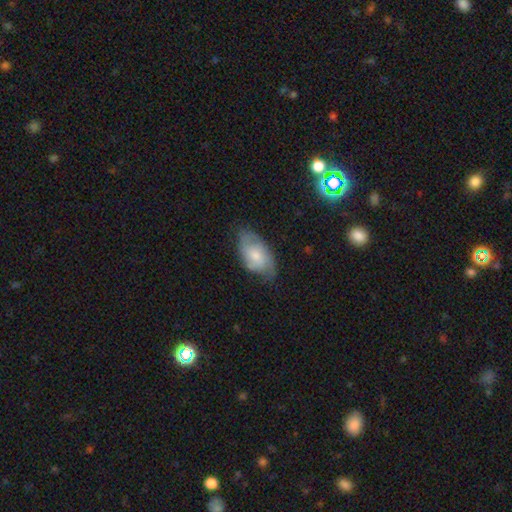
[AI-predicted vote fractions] The model was most divided on "smooth or featured": smooth: 56%, featured or disk: 38%, star or artifact: 6%. More confident: how rounded — in between (93%); merging — none (59%).